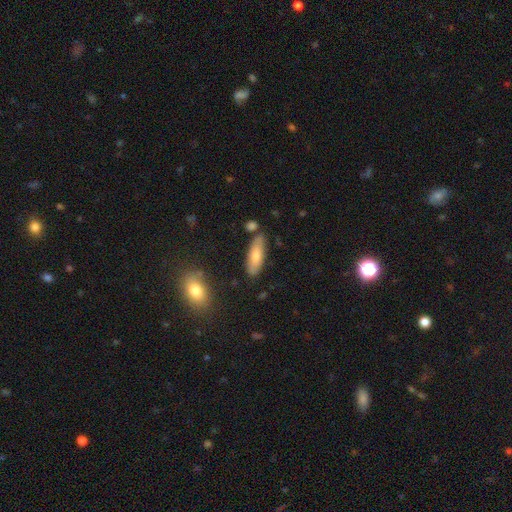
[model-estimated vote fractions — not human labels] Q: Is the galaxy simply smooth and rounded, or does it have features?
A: smooth — 69%.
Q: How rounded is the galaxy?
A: in between — 58%.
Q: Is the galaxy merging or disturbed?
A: none — 79%.